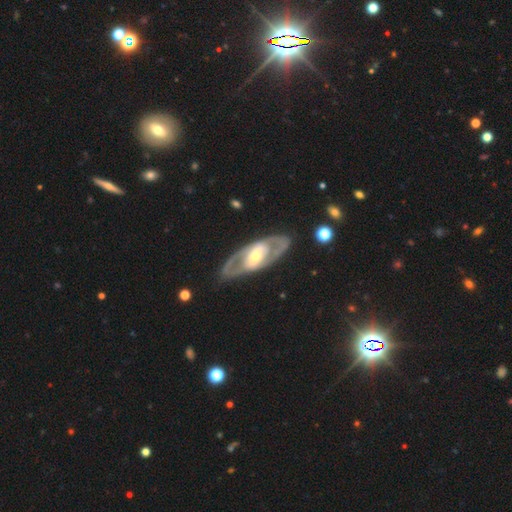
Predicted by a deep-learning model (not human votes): Smooth or featured?
  - featured or disk: 79% *
  - smooth: 17%
  - star or artifact: 4%
Edge-on disk?
  - no: 89% *
  - yes: 11%
Bar?
  - no: 35% *
  - strong: 33%
  - weak: 32%
Spiral arms?
  - yes: 54% *
  - no: 46%
Bulge size?
  - moderate: 57% *
  - small: 29%
  - large: 12%
  - none: 1%
  - dominant: 1%
Merging?
  - none: 82% *
  - minor disturbance: 11%
  - major disturbance: 6%
  - merger: 2%